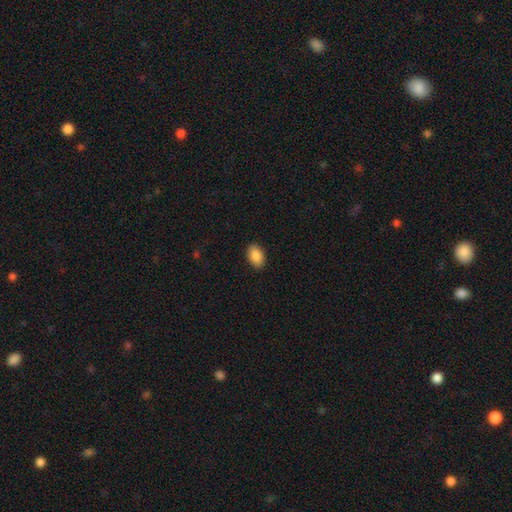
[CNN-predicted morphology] Smooth or featured: smooth — 89% (star or artifact — 7%)
How rounded: in between — 91% (round — 7%)
Merging: none — 90% (minor disturbance — 7%)